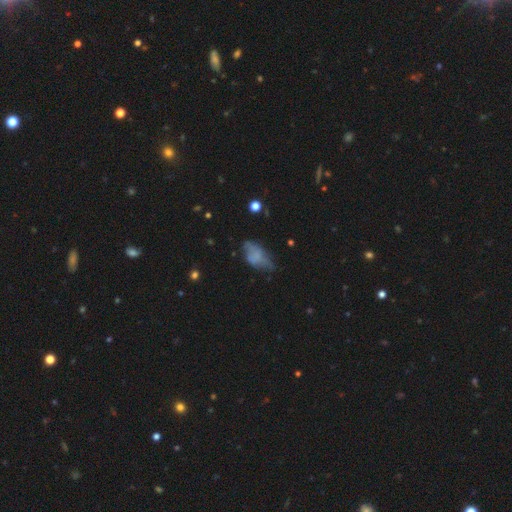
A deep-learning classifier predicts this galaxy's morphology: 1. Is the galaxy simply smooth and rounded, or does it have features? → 57% smooth, 32% featured or disk, 11% star or artifact.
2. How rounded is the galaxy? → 89% in between, 6% cigar-shaped, 4% round.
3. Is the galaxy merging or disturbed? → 39% none, 35% minor disturbance, 22% major disturbance, 4% merger.